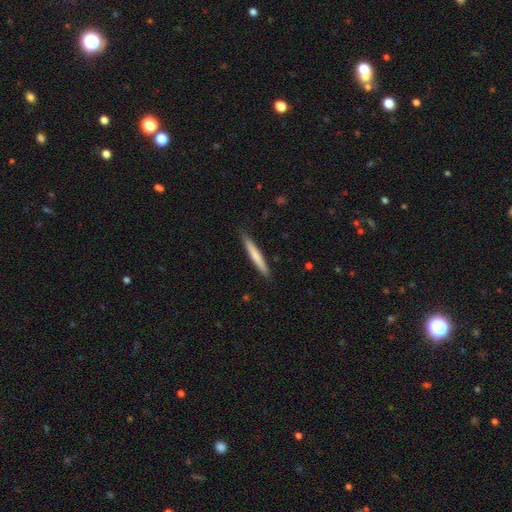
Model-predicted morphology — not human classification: This is likely a smooth galaxy (71%). How rounded: clearly cigar-shaped (95%). Merging: clearly none (87%).